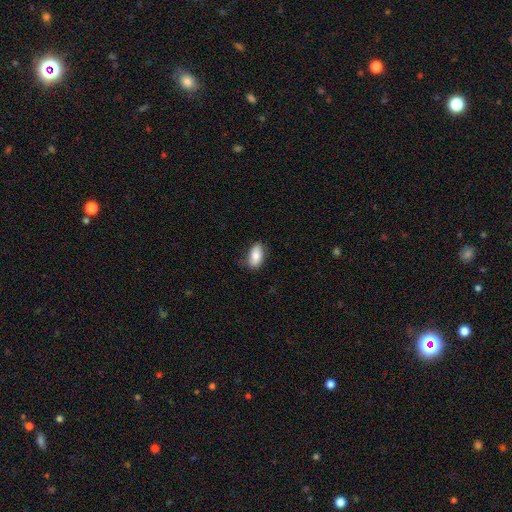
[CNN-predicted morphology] smooth_or_featured: smooth (p=0.79) [alt: featured or disk p=0.14]
how_rounded: in between (p=0.92) [alt: round p=0.04]
merging: none (p=0.75) [alt: minor disturbance p=0.20]